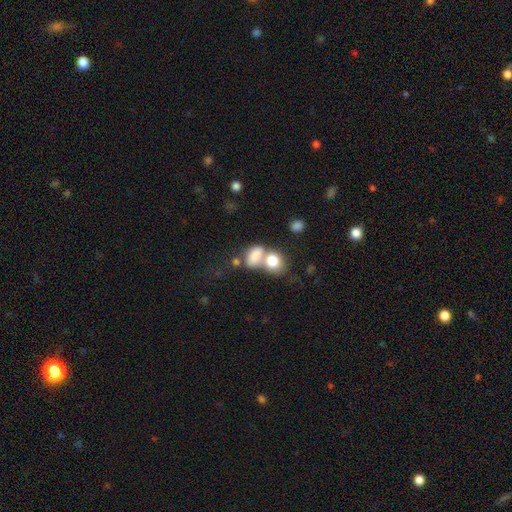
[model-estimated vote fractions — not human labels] This appears to be a smooth galaxy with no disk features (78%) that is in between round and cigar-shaped (75%). Merging: merger (63%).